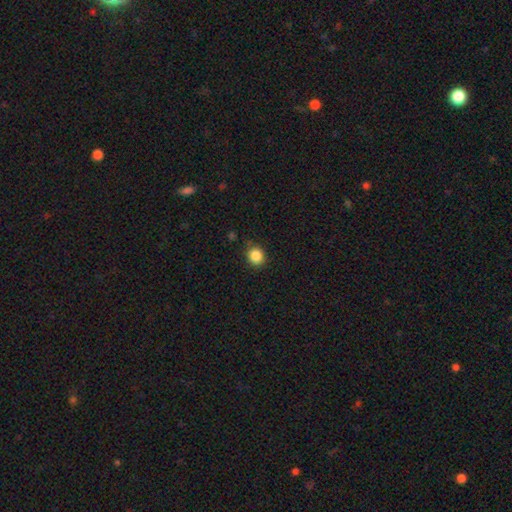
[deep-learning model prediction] Smooth or featured?
  - smooth: 86% *
  - star or artifact: 10%
  - featured or disk: 3%
How rounded?
  - round: 82% *
  - in between: 17%
  - cigar-shaped: 1%
Merging?
  - none: 86% *
  - minor disturbance: 10%
  - major disturbance: 2%
  - merger: 1%